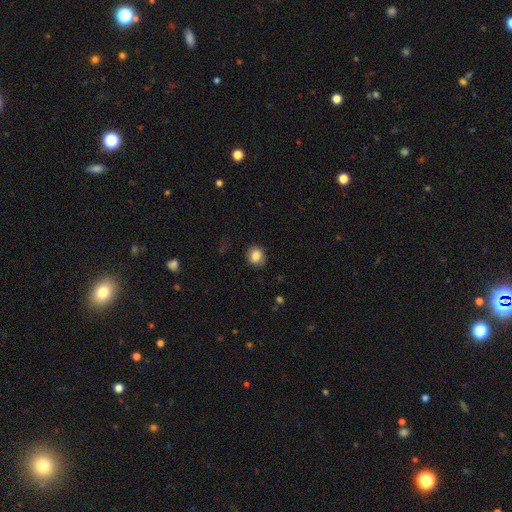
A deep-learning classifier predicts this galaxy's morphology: The model was most divided on "how rounded": round: 71%, in between: 28%, cigar-shaped: 1%. More confident: smooth or featured — smooth (85%); merging — none (83%).